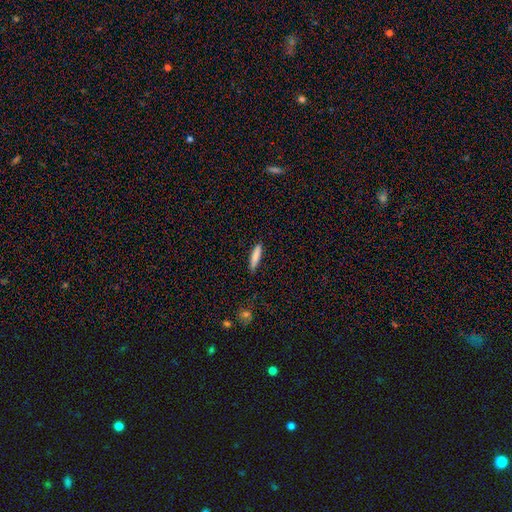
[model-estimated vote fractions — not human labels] The model was most divided on "how rounded": cigar-shaped: 85%, in between: 14%, round: 1%. More confident: merging — none (87%); smooth or featured — smooth (84%).